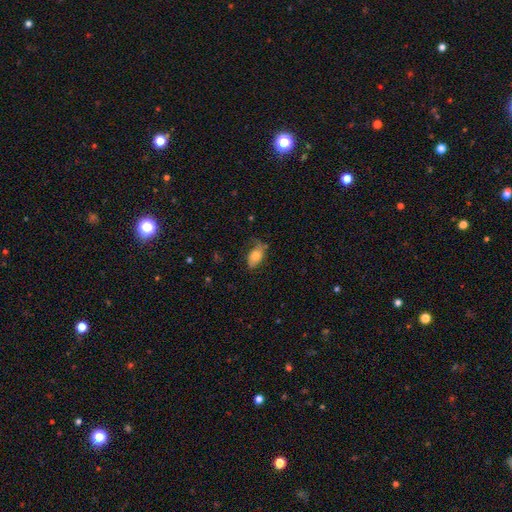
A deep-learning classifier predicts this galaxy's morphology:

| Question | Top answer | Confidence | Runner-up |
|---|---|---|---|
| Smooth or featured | smooth | 67% | featured or disk (25%) |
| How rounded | in between | 90% | round (6%) |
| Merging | none | 54% | minor disturbance (30%) |